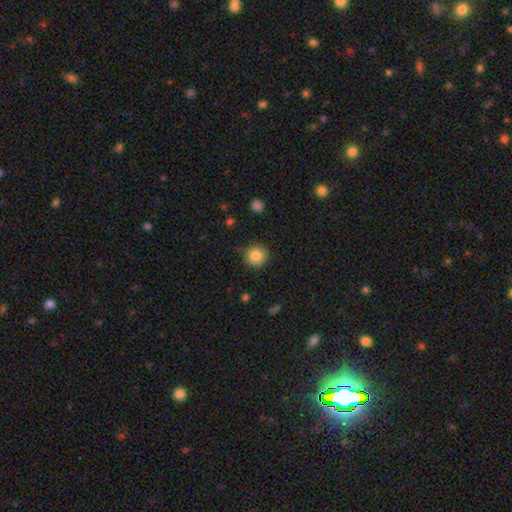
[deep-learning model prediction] Q: Smooth or featured?
A: smooth (85%); runner-up: star or artifact (9%)
Q: How rounded?
A: round (94%); runner-up: in between (5%)
Q: Merging?
A: none (87%); runner-up: minor disturbance (9%)